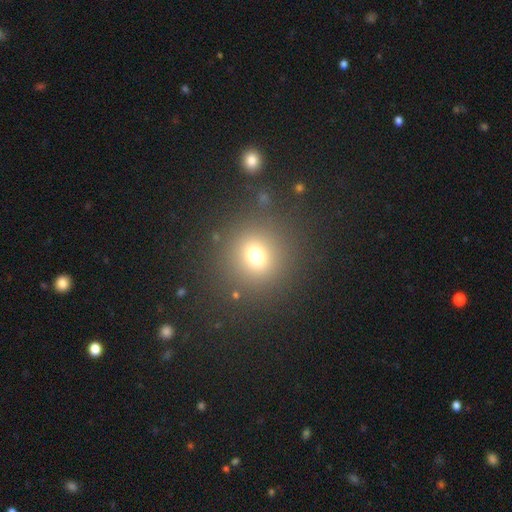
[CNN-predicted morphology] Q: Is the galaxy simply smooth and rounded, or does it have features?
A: smooth — 72%.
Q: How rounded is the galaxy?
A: round — 88%.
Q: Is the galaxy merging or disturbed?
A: none — 84%.